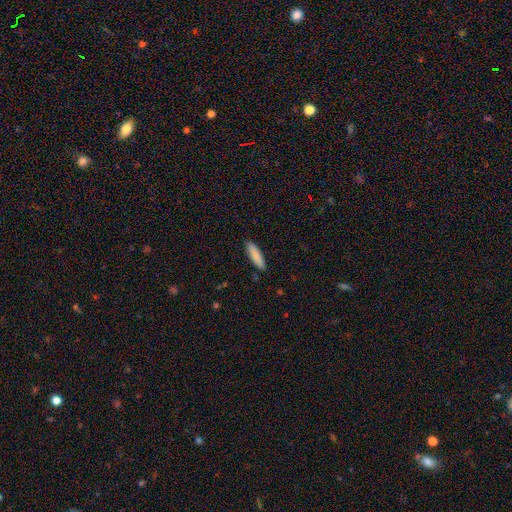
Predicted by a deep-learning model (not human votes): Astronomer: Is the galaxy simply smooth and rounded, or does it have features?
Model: smooth — 86%.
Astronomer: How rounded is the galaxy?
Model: cigar-shaped — 65%.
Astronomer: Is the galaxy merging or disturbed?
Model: none — 88%.